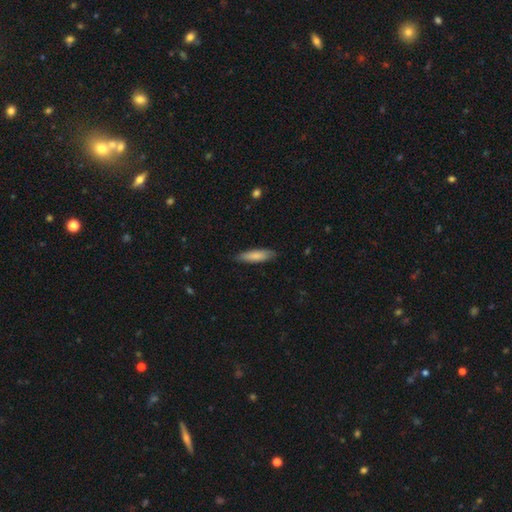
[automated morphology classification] A smooth galaxy with no disk features (83%) that is cigar-shaped (65%). Merging: none (85%).